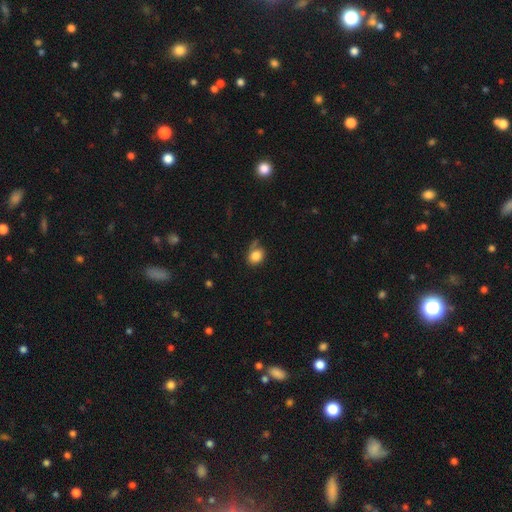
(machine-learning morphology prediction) This appears to be a smooth galaxy with no disk features (83%) that is round (56%). Merging: none (59%).